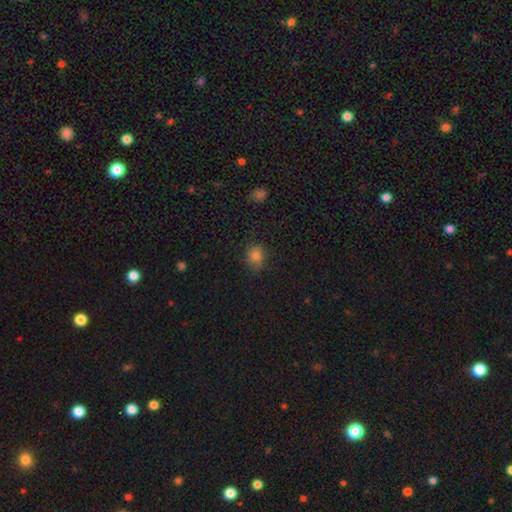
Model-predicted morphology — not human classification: This appears to be a smooth galaxy with no disk features (80%) that is round (61%). Merging: none (76%).